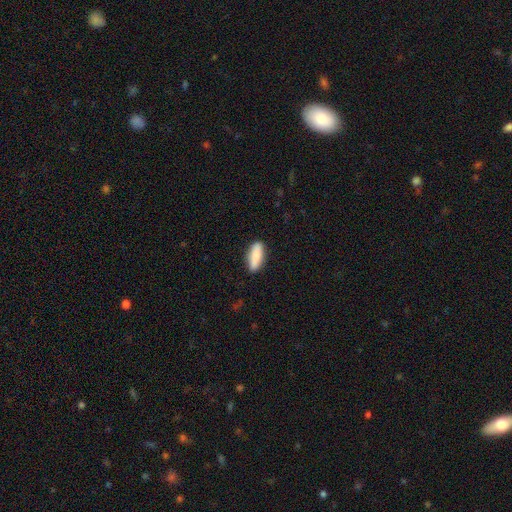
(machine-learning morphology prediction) Smooth or featured: smooth — 83% (featured or disk — 11%)
How rounded: in between — 61% (cigar-shaped — 37%)
Merging: none — 86% (minor disturbance — 11%)